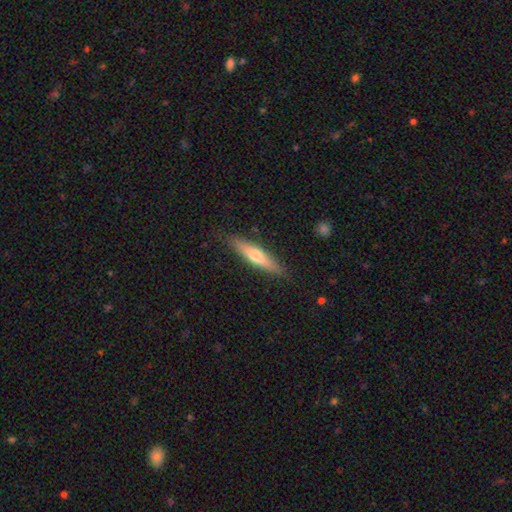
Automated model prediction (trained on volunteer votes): Smooth or featured? smooth (53%)
How rounded? cigar-shaped (82%)
Merging? none (86%)